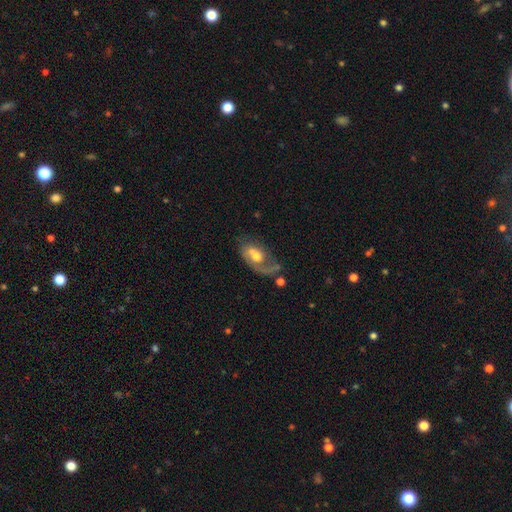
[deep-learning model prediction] The model was most divided on "merging": none: 33%, major disturbance: 28%, merger: 20%, minor disturbance: 19%. More confident: edge-on disk — no (96%); spiral arms — yes (75%); bar — no (71%); bulge size — moderate (65%); smooth or featured — featured or disk (62%).